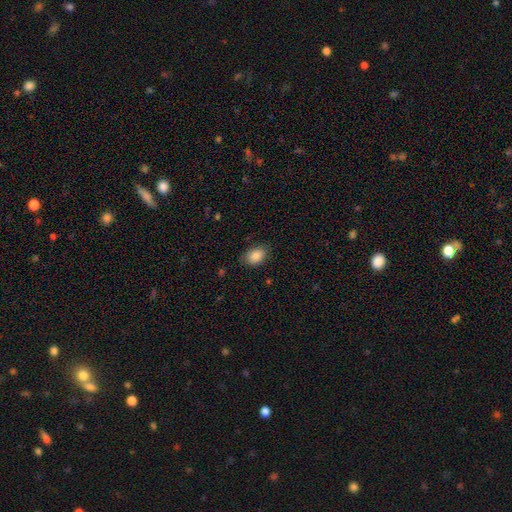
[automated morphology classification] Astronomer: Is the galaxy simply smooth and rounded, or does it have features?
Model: smooth — 87%.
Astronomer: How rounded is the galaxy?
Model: in between — 81%.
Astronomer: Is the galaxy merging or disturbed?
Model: none — 81%.